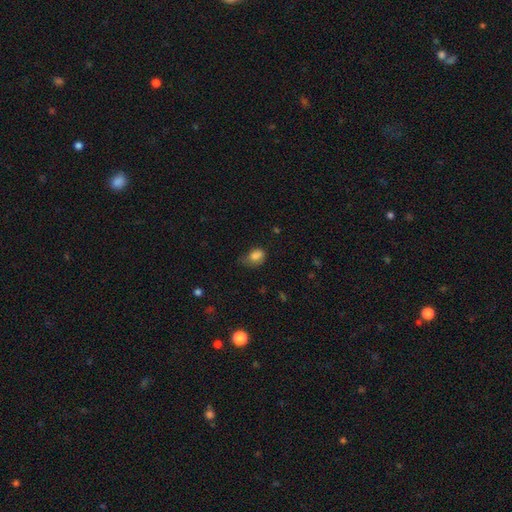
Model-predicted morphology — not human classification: type=smooth (82%); roundness=in between (71%); merging=minor disturbance (41%).